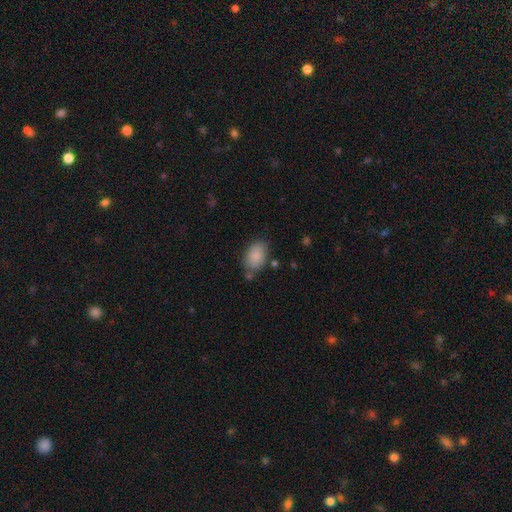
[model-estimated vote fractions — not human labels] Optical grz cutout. It shows a smooth galaxy with no disk features (87%) that is in between round and cigar-shaped (89%). Merging: none (70%).